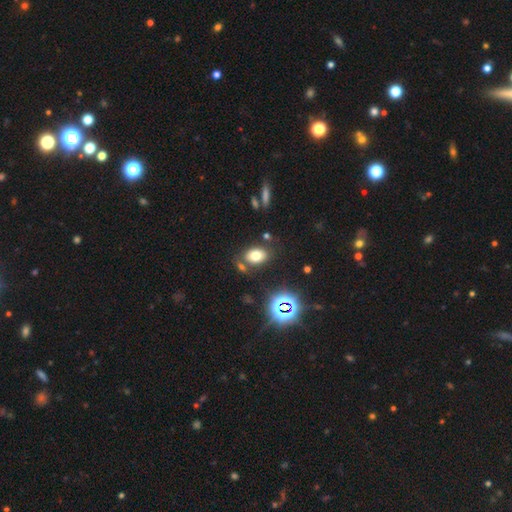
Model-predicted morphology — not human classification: The model was most divided on "smooth or featured": smooth: 71%, star or artifact: 17%, featured or disk: 12%. More confident: how rounded — in between (83%); merging — none (75%).